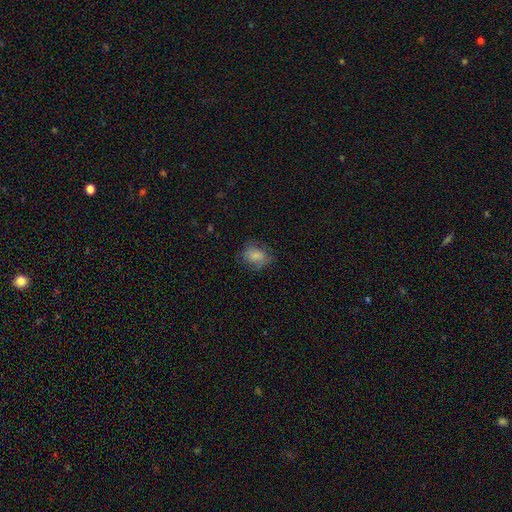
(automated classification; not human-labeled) Overall: smooth (76%). How rounded: in between (66%; round 32%). Merging: none (64%).